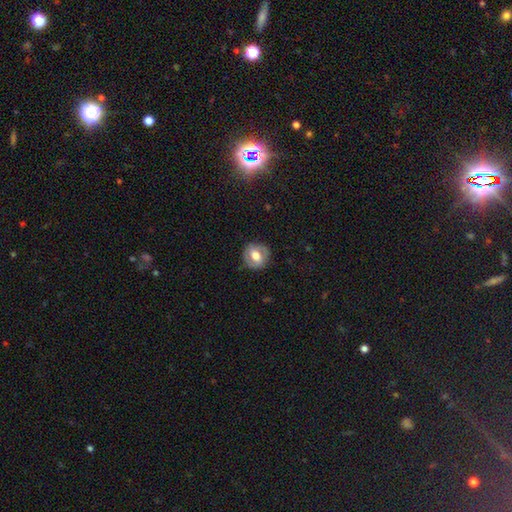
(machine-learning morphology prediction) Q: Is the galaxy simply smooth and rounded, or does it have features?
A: smooth — 47%.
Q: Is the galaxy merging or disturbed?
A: none — 82%.